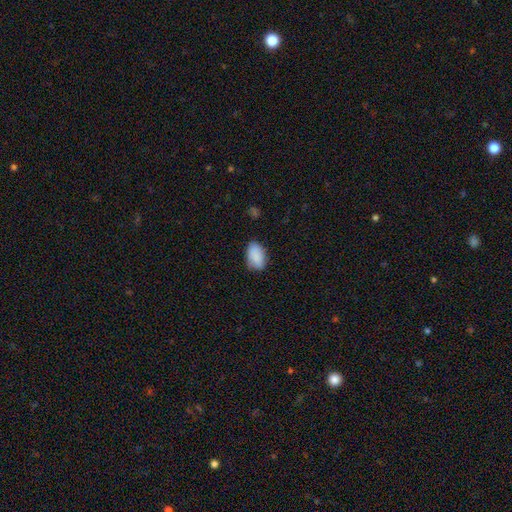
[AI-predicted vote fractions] The model was most divided on "merging": none: 76%, minor disturbance: 19%, major disturbance: 4%, merger: 1%. More confident: how rounded — in between (91%); smooth or featured — smooth (88%).